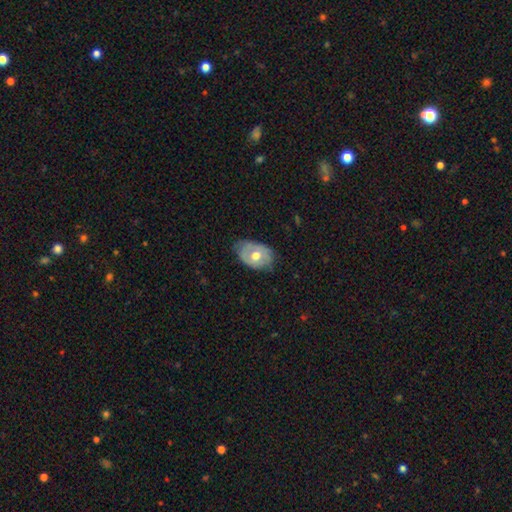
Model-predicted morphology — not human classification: Smooth or featured? Predicted: featured or disk (p=0.49). Merging? Predicted: none (p=0.63).